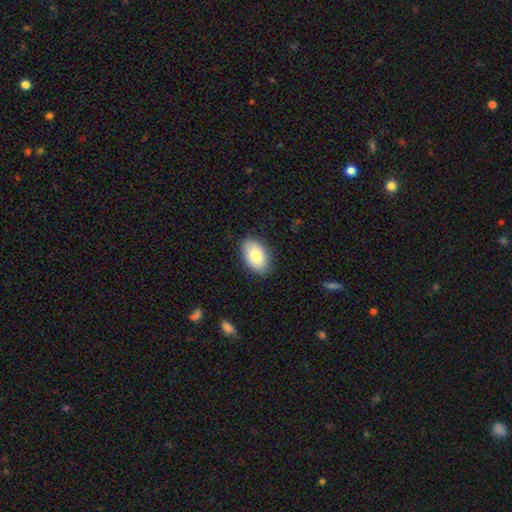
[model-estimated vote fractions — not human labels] Smooth or featured? smooth (83%)
How rounded? in between (92%)
Merging? none (85%)